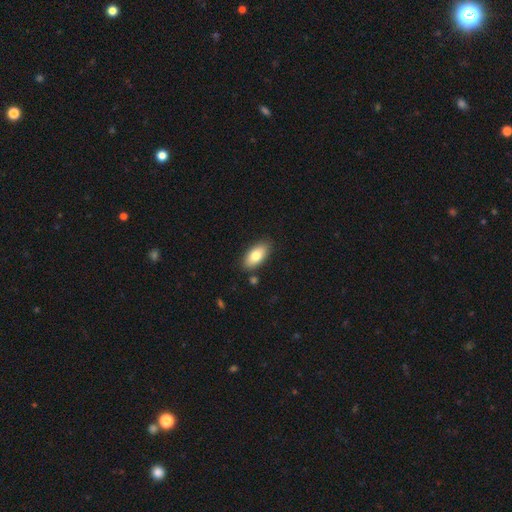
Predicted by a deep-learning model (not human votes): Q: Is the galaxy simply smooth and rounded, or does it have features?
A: smooth — 79%.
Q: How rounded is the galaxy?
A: in between — 92%.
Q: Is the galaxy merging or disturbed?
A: none — 85%.